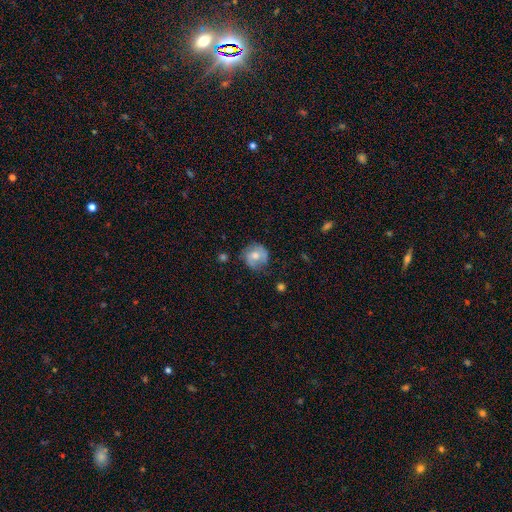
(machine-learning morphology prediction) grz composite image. It shows a smooth galaxy with no disk features (55%) that is round (82%). Merging: none (63%).